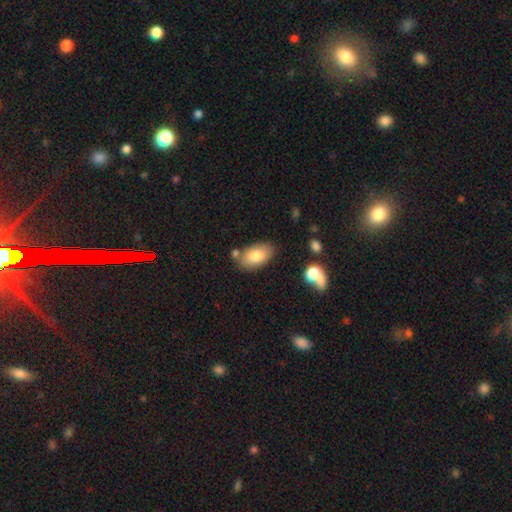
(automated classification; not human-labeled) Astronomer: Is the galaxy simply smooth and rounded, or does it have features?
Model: smooth — 83%.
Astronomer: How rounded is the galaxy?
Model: in between — 94%.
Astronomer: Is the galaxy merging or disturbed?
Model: none — 73%.